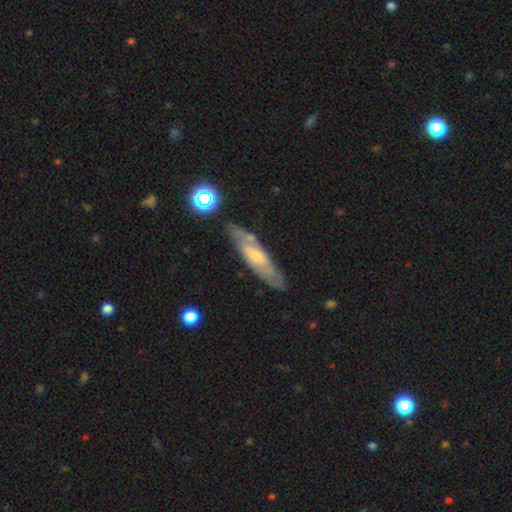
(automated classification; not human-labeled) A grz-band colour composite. It shows a featured or disk galaxy (60%). Merging: none (74%).